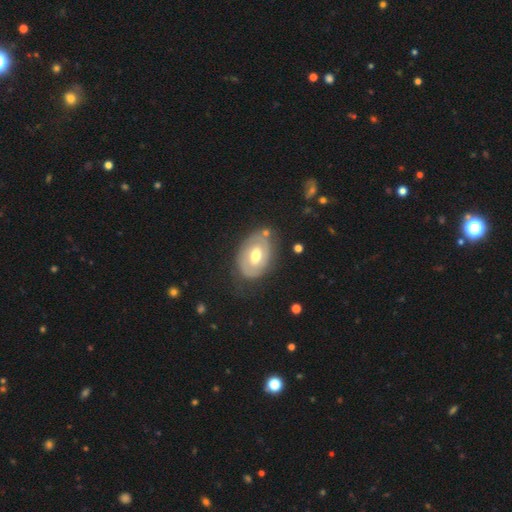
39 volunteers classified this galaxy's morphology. Smooth or featured? featured or disk (67%)
Edge-on disk? no (96%)
Bar? no (48%)
Spiral arms? yes (64%)
Spiral winding? tight (69%)
Spiral arm count? 2 (69%)
Bulge size? moderate (52%)
Merging? none (53%)